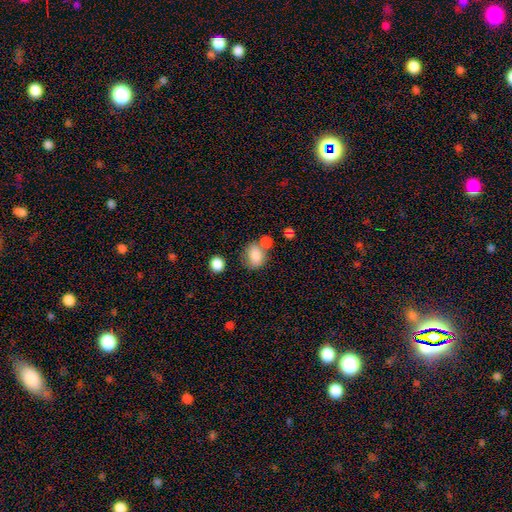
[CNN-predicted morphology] Overall: smooth (82%). How rounded: in between (58%; round 41%). Merging: none (49%; merger 29%).